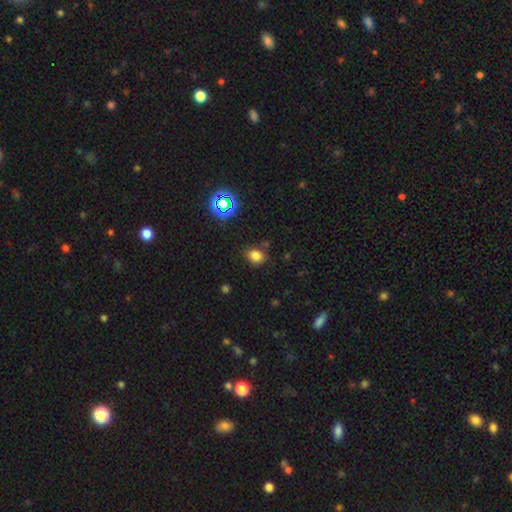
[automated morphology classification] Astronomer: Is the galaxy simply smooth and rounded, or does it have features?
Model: smooth — 76%.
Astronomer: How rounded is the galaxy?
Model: round — 59% (runner-up: in between, 40%).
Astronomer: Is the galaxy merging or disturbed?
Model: none — 80%.